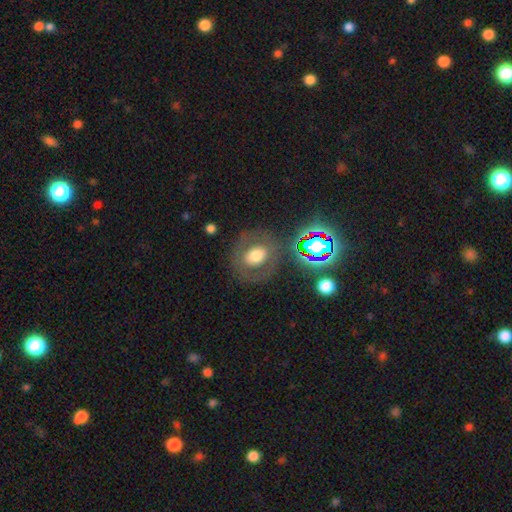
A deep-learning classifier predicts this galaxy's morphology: Q: Smooth or featured?
A: smooth (50%); runner-up: featured or disk (37%)
Q: Merging?
A: none (78%); runner-up: minor disturbance (11%)